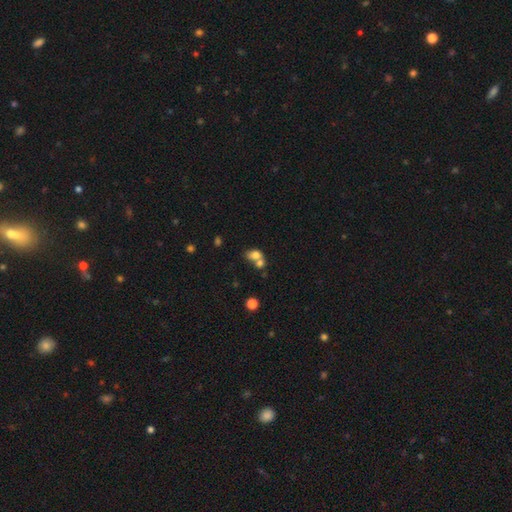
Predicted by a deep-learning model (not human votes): A smooth galaxy with no disk features (74%) that is in between round and cigar-shaped (67%).

Vote fractions:
- Smooth or featured? smooth: 74% / featured or disk: 14% / star or artifact: 11%
- How rounded? in between: 67% / round: 31% / cigar-shaped: 2%
- Merging? merger: 59% / none: 27% / minor disturbance: 9% / major disturbance: 5%